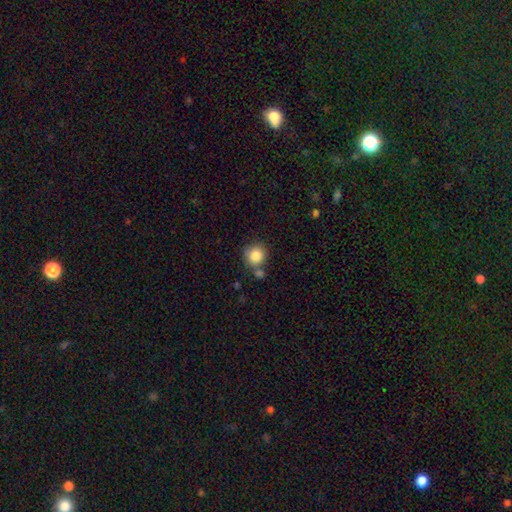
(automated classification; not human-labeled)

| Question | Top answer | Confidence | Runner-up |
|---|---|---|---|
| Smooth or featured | smooth | 85% | star or artifact (9%) |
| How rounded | round | 88% | in between (11%) |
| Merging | none | 67% | merger (15%) |